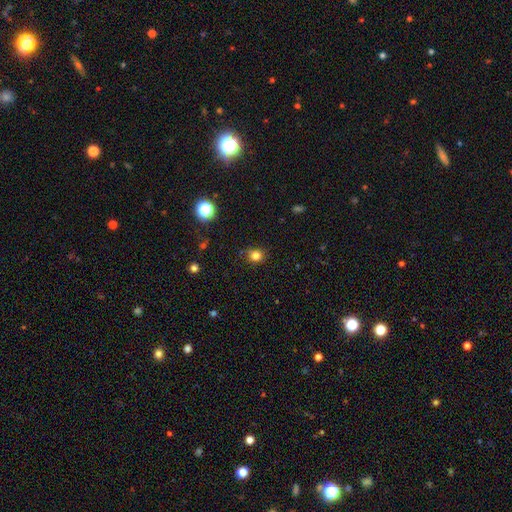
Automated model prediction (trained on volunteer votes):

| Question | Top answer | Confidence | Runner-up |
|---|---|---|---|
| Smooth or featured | smooth | 79% | star or artifact (16%) |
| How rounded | round | 78% | in between (21%) |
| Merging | none | 77% | minor disturbance (17%) |